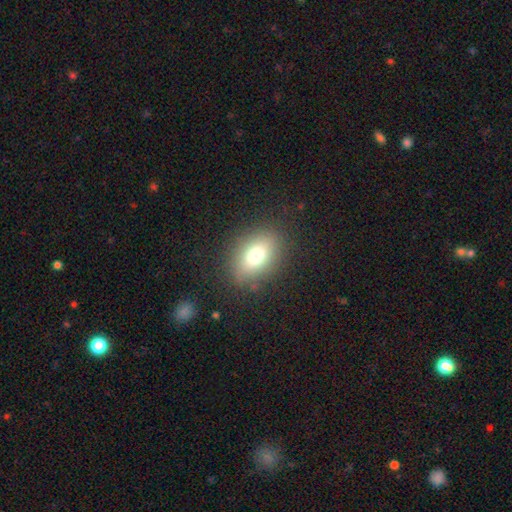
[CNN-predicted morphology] A smooth galaxy with no disk features (74%) that is in between round and cigar-shaped (76%).

Vote fractions:
- Smooth or featured? smooth: 74% / featured or disk: 14% / star or artifact: 13%
- How rounded? in between: 76% / round: 22% / cigar-shaped: 2%
- Merging? none: 84% / minor disturbance: 10% / major disturbance: 4% / merger: 1%